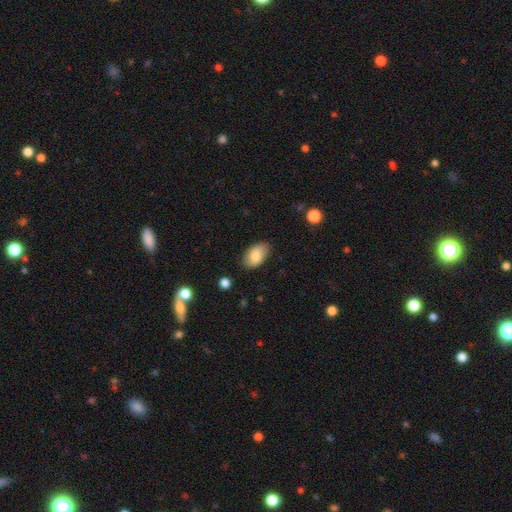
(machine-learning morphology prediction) Smooth or featured? smooth (82%)
How rounded? in between (93%)
Merging? none (82%)